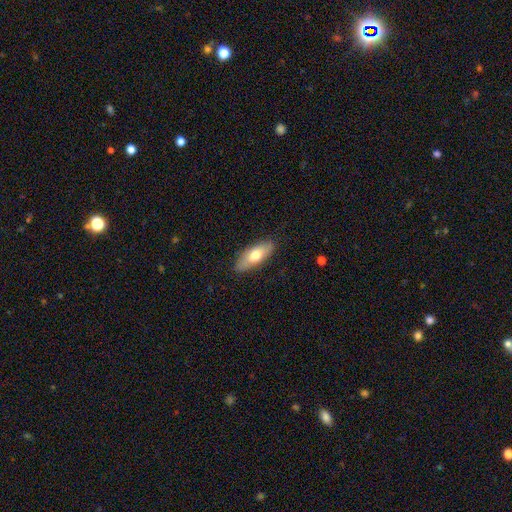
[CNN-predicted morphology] Q: Smooth or featured?
A: smooth (68%); runner-up: featured or disk (26%)
Q: How rounded?
A: in between (75%); runner-up: cigar-shaped (22%)
Q: Merging?
A: none (86%); runner-up: minor disturbance (11%)